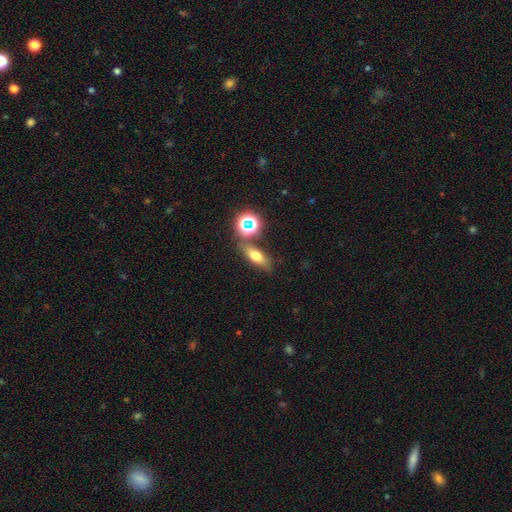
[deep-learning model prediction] The model was most divided on "how rounded": in between: 58%, cigar-shaped: 28%, round: 14%. More confident: merging — none (71%); smooth or featured — smooth (61%).